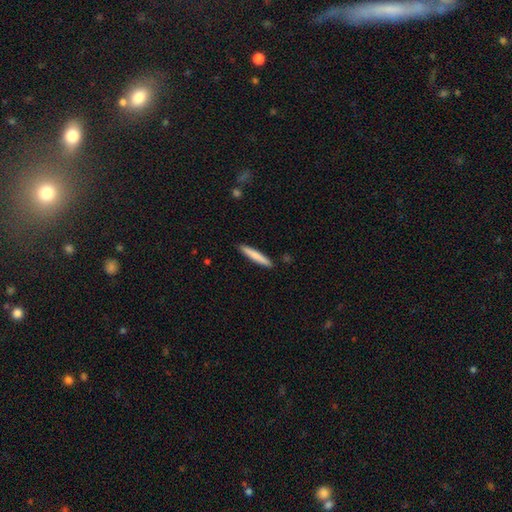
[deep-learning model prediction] Smooth or featured? Predicted: smooth (p=0.77). How rounded? Predicted: cigar-shaped (p=0.94). Merging? Predicted: none (p=0.90).